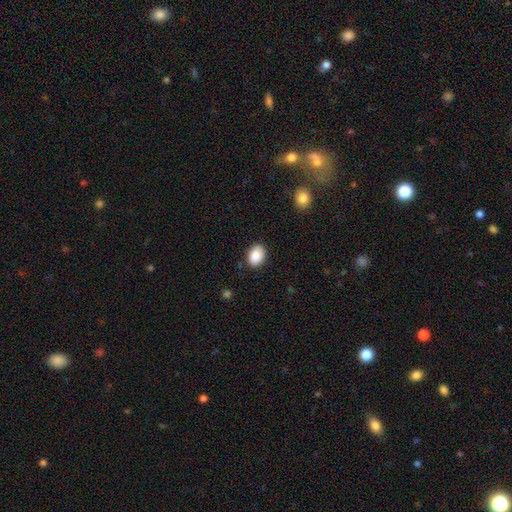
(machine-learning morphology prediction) Smooth or featured? smooth (89%)
How rounded? in between (80%)
Merging? none (86%)